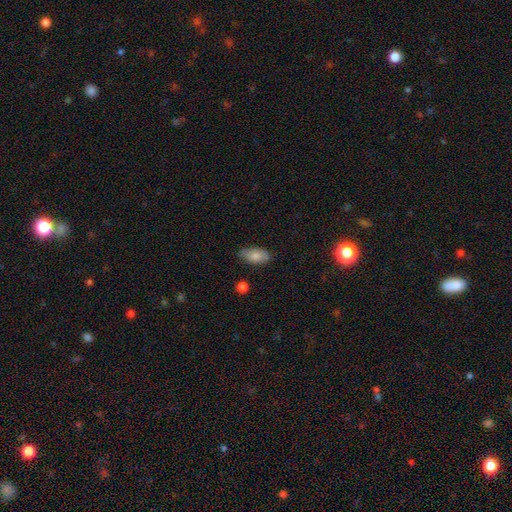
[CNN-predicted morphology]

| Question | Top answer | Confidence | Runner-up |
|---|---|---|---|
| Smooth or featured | smooth | 79% | featured or disk (14%) |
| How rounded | in between | 92% | cigar-shaped (5%) |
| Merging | none | 80% | minor disturbance (16%) |